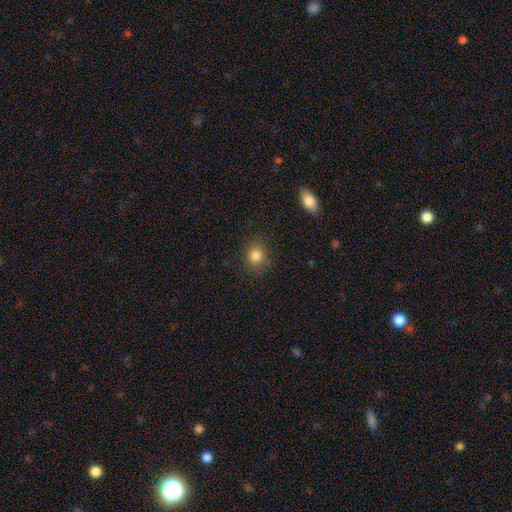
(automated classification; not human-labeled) smooth 83%, star or artifact 12%, featured or disk 5%. Down the decision tree: how rounded — round (75%); merging — none (84%).